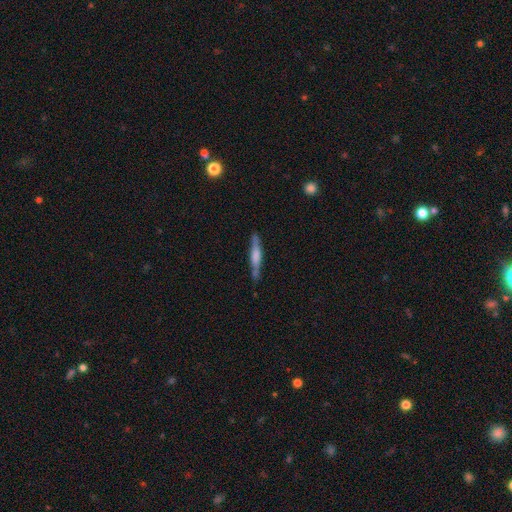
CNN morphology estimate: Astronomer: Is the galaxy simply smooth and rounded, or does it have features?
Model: smooth — 52% (runner-up: featured or disk, 43%).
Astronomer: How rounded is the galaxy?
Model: cigar-shaped — 91%.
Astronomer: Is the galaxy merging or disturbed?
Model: none — 76%.